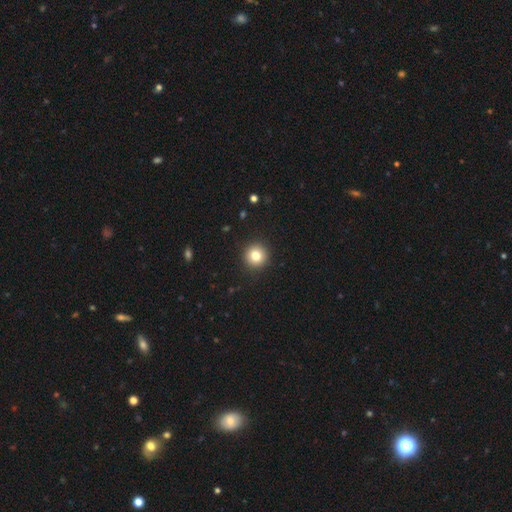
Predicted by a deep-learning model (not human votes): A smooth galaxy with no disk features (81%) that is round (95%).

Vote fractions:
- Smooth or featured? smooth: 81% / star or artifact: 11% / featured or disk: 8%
- How rounded? round: 95% / in between: 4% / cigar-shaped: 1%
- Merging? none: 93% / minor disturbance: 5% / major disturbance: 2% / merger: 1%